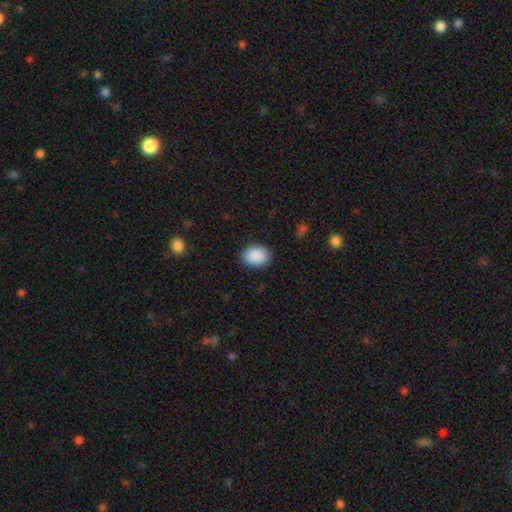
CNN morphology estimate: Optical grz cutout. It shows a smooth galaxy with no disk features (90%) that is in between round and cigar-shaped (66%). Merging: none (88%).